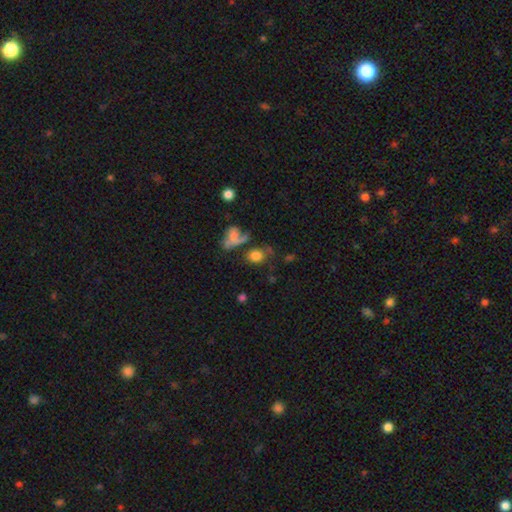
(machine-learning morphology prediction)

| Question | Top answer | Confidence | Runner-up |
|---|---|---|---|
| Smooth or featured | smooth | 75% | star or artifact (13%) |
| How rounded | round | 57% | in between (41%) |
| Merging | none | 51% | merger (21%) |